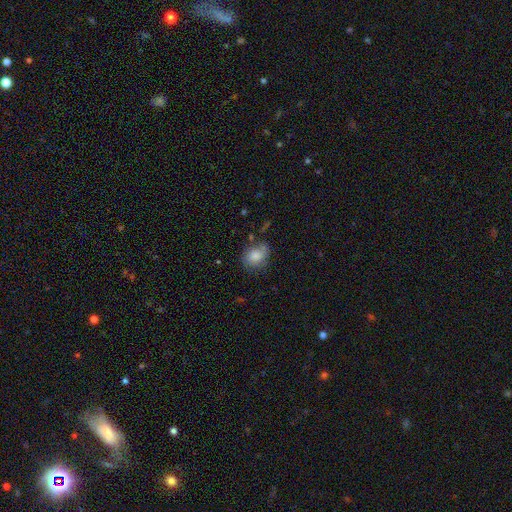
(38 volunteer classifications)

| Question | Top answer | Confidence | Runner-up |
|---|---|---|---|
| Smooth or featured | smooth | 74% | featured or disk (21%) |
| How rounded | round | 68% | in between (32%) |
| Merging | none | 56% | minor disturbance (28%) |